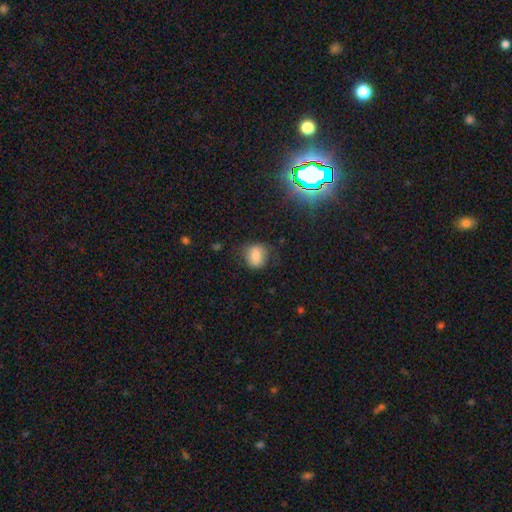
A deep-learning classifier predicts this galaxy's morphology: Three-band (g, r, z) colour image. It shows a smooth galaxy with no disk features (72%) that is round (67%). Merging: none (68%).